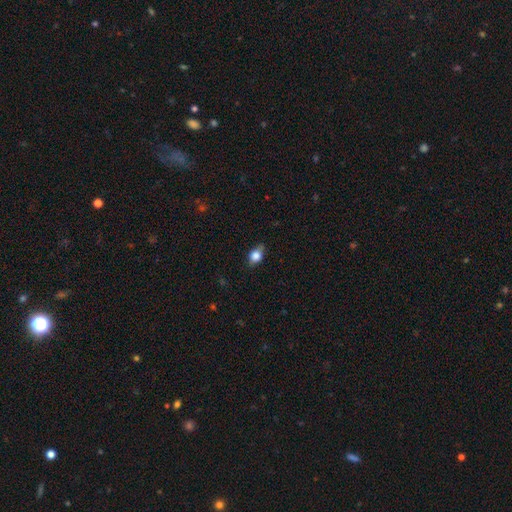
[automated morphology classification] Q: Smooth or featured?
A: smooth (77%); runner-up: featured or disk (14%)
Q: How rounded?
A: in between (57%); runner-up: round (40%)
Q: Merging?
A: none (67%); runner-up: minor disturbance (26%)